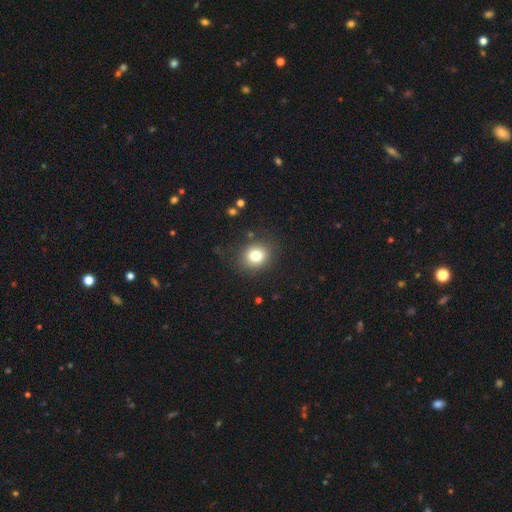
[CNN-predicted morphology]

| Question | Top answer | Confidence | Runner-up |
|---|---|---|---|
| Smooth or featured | smooth | 78% | star or artifact (12%) |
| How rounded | round | 76% | in between (23%) |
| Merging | none | 84% | minor disturbance (10%) |